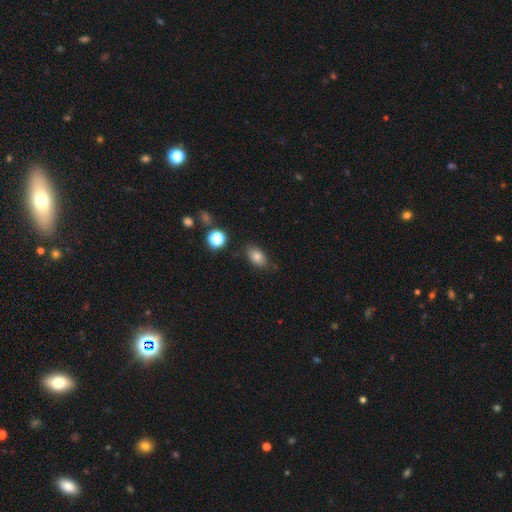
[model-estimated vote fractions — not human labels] Q: Smooth or featured?
A: smooth (80%); runner-up: star or artifact (11%)
Q: How rounded?
A: in between (86%); runner-up: round (12%)
Q: Merging?
A: none (78%); runner-up: minor disturbance (15%)